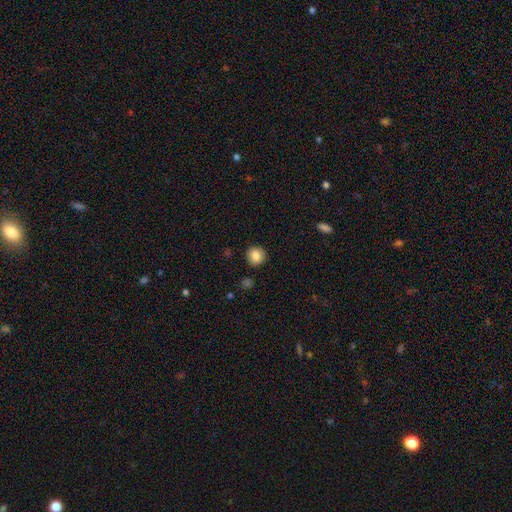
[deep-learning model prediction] smooth 85%, star or artifact 9%, featured or disk 6%. Down the decision tree: how rounded — round (91%); merging — none (91%).